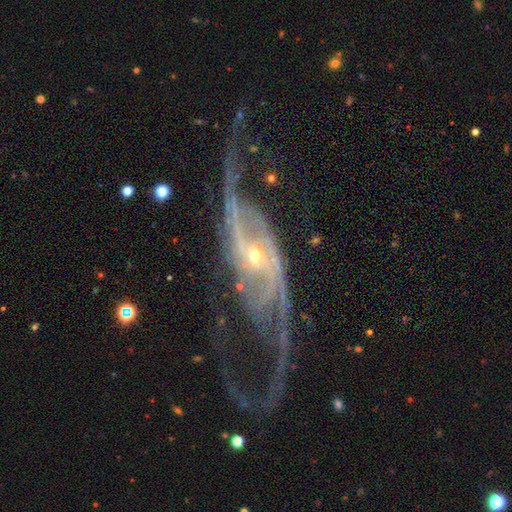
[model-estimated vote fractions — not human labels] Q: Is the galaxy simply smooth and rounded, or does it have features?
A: featured or disk — 90%.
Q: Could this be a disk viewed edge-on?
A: no — 93%.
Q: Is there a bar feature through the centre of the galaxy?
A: no — 39%.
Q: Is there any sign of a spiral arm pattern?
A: yes — 96%.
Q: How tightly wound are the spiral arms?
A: loose — 55%.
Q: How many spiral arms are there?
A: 2 — 84%.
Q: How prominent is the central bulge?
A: small — 58%.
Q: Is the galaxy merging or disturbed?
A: none — 54%.